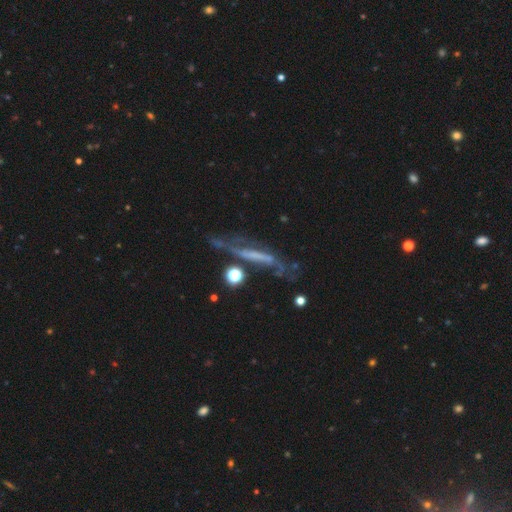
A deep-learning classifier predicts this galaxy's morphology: Smooth or featured? featured or disk (66%)
Edge-on disk? no (52%)
Merging? none (42%)